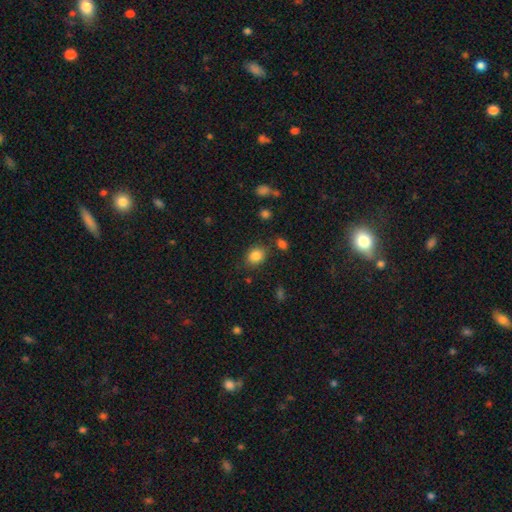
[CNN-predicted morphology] type=smooth (85%); roundness=round (52%); merging=none (80%).